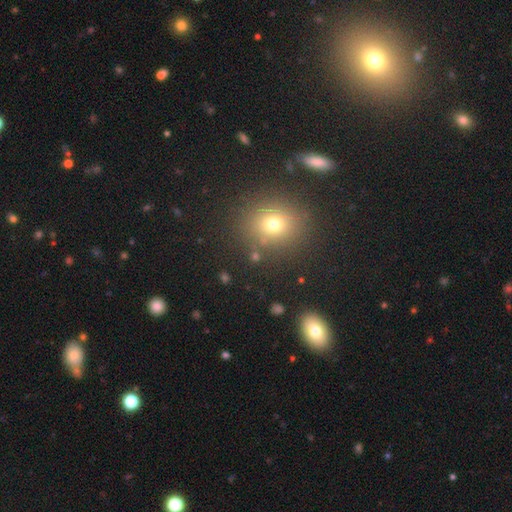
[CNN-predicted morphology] Smooth or featured: smooth — 65% (star or artifact — 24%)
How rounded: round — 72% (in between — 26%)
Merging: none — 83% (minor disturbance — 9%)